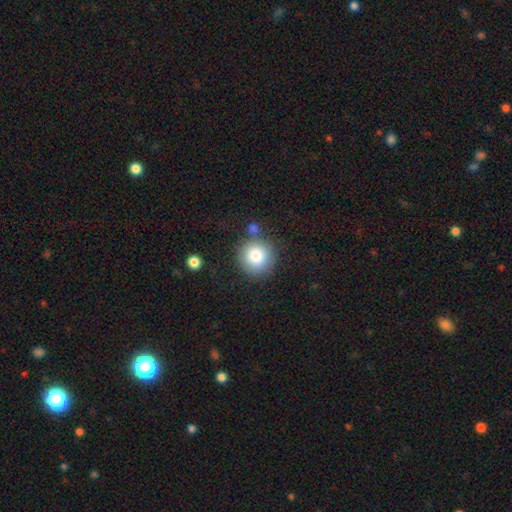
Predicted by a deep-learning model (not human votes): A smooth galaxy with no disk features (81%) that is round (94%). Merging: none (77%).